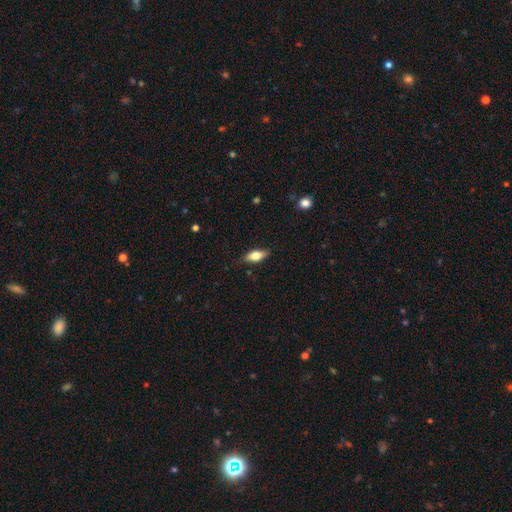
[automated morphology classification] smooth-or-featured: smooth: 68% | featured or disk: 25% | star or artifact: 7%
  how-rounded: in between: 80% | cigar-shaped: 16% | round: 4%
  merging: none: 83% | minor disturbance: 14% | major disturbance: 3% | merger: 1%